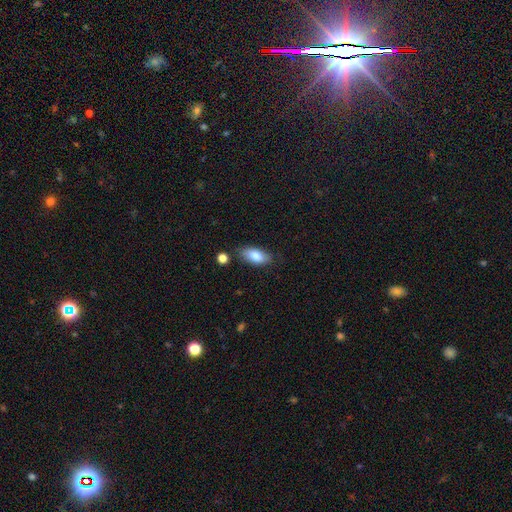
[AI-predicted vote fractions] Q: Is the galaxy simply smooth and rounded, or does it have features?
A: smooth — 81%.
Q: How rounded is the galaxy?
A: in between — 87%.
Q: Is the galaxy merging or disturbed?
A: none — 77%.